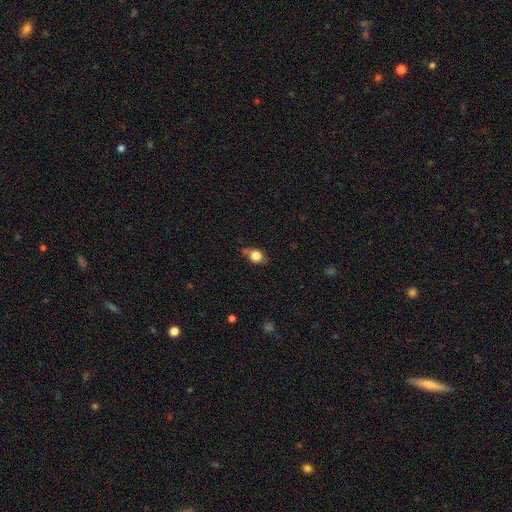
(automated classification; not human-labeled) smooth-or-featured: smooth: 82% | star or artifact: 10% | featured or disk: 8%
  how-rounded: round: 60% | in between: 39% | cigar-shaped: 2%
  merging: none: 58% | minor disturbance: 27% | merger: 9% | major disturbance: 6%